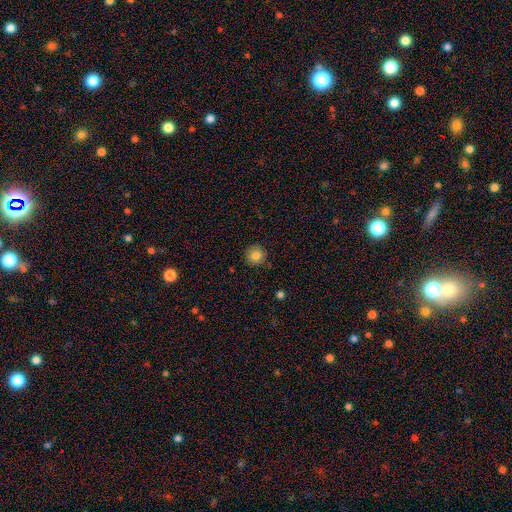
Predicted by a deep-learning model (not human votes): Smooth or featured: smooth — 83% (star or artifact — 10%)
How rounded: round — 92% (in between — 7%)
Merging: none — 87% (minor disturbance — 9%)